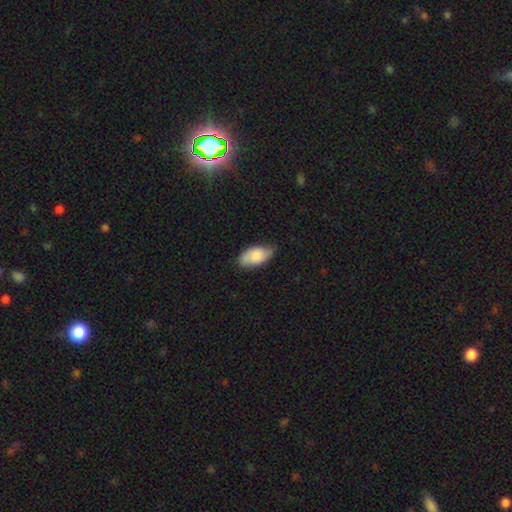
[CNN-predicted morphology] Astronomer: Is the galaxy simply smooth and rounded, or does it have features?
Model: smooth — 77%.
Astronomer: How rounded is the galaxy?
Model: in between — 94%.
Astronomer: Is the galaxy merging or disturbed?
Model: none — 64%.